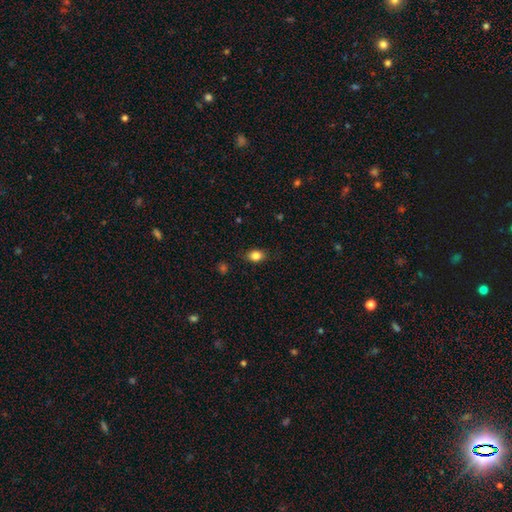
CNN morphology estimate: smooth-or-featured: smooth: 84% | star or artifact: 10% | featured or disk: 6%
  how-rounded: in between: 70% | round: 28% | cigar-shaped: 2%
  merging: none: 82% | minor disturbance: 13% | major disturbance: 3% | merger: 1%